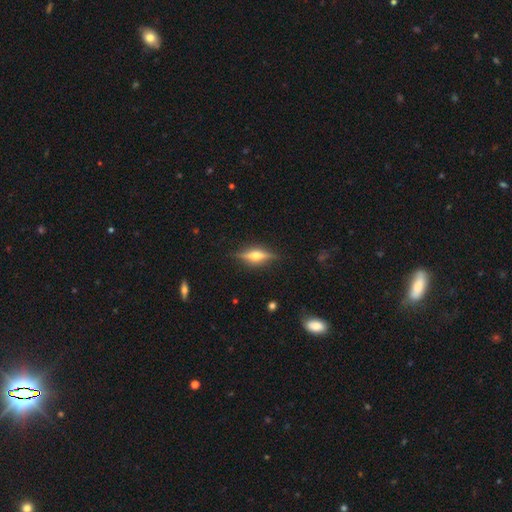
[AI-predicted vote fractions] smooth-or-featured: featured or disk: 71% | smooth: 22% | star or artifact: 7%
  disk-edge-on: yes: 95% | no: 5%
    edge-on-bulge: rounded: 93% | boxy: 5% | none: 2%
  merging: none: 86% | minor disturbance: 10% | major disturbance: 3% | merger: 1%